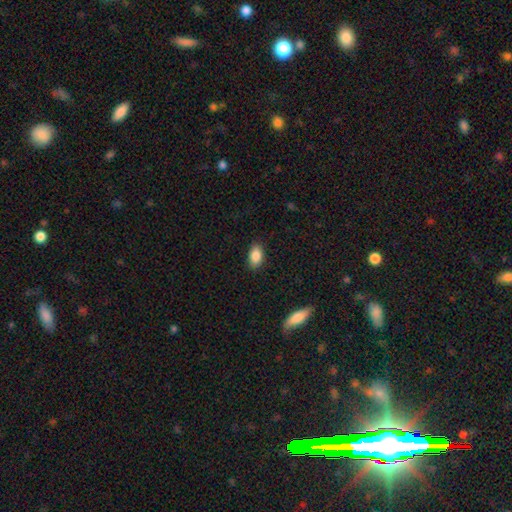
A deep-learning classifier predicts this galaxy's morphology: A smooth galaxy with no disk features (87%) that is in between round and cigar-shaped (91%). Merging: none (88%).